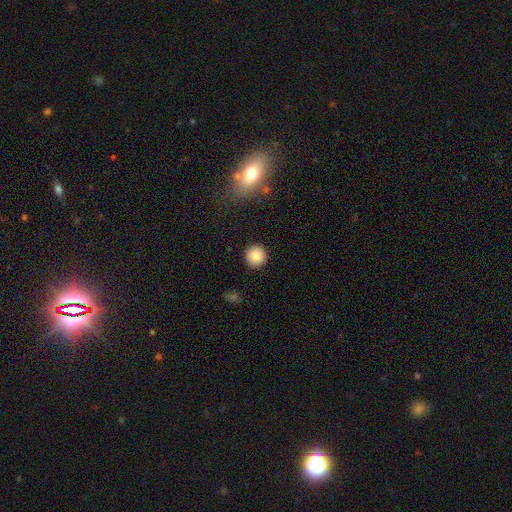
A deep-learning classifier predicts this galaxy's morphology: A smooth galaxy with no disk features (87%) that is round (95%). Merging: none (92%).